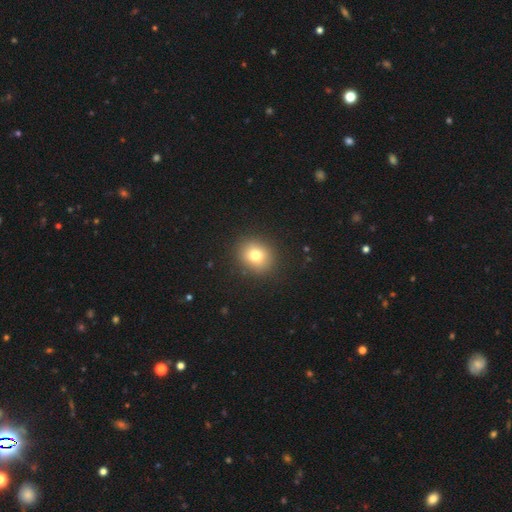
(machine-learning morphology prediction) smooth_or_featured: smooth (p=0.77) [alt: star or artifact p=0.12]
how_rounded: round (p=0.73) [alt: in between p=0.26]
merging: none (p=0.89) [alt: minor disturbance p=0.07]